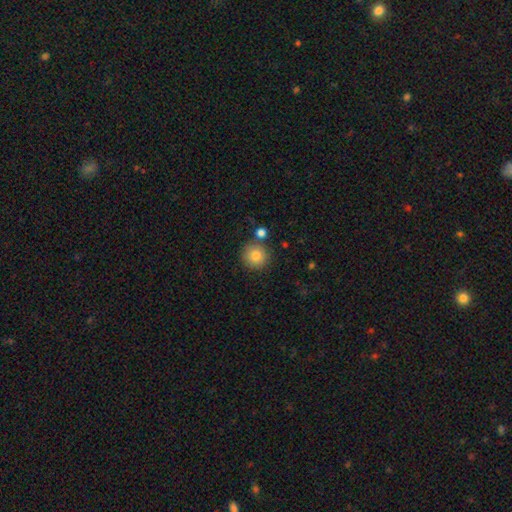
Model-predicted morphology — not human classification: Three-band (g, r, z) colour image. It shows a smooth galaxy with no disk features (82%) that is round (94%). Merging: none (81%).